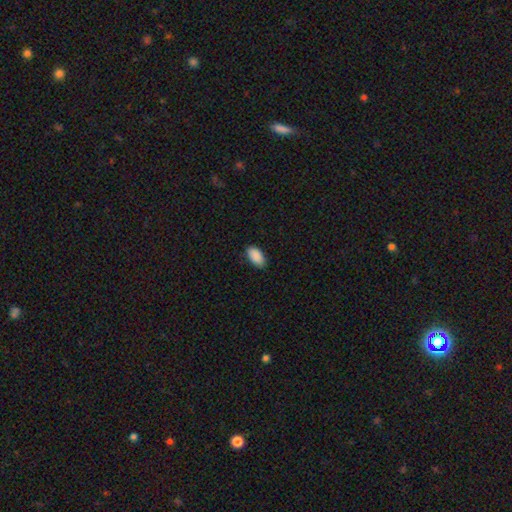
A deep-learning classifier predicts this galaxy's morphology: type=smooth (91%); roundness=in between (95%); merging=none (86%).